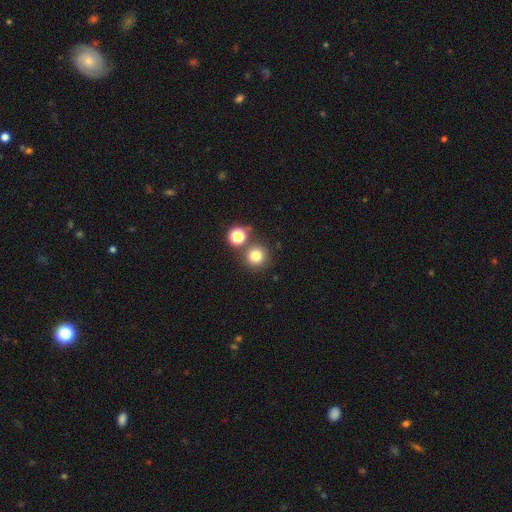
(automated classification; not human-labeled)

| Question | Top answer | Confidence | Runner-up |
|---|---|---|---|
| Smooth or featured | smooth | 77% | star or artifact (16%) |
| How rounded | round | 94% | in between (5%) |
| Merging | none | 77% | merger (13%) |